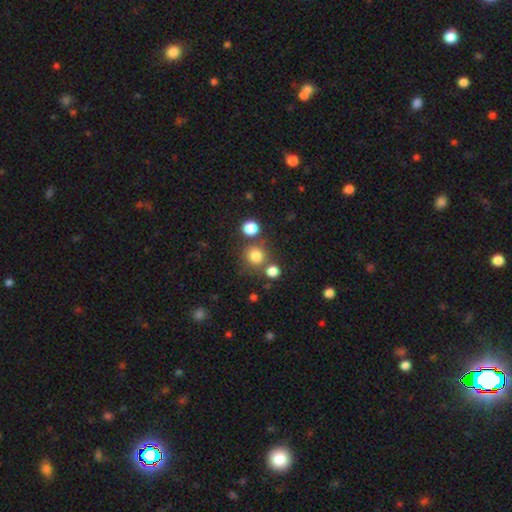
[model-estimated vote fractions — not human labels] Overall: smooth (79%). How rounded: round (91%). Merging: none (72%).